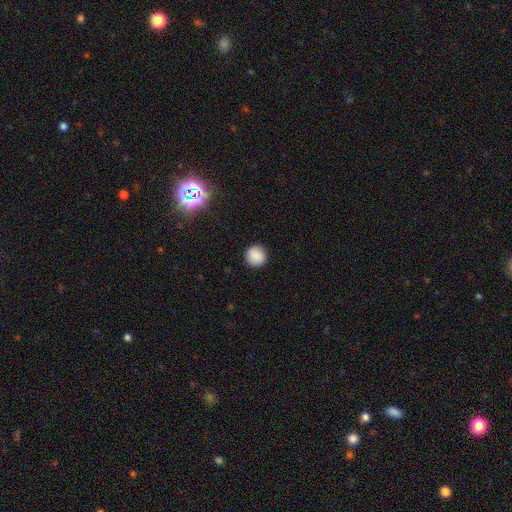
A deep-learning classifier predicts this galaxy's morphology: Q: Smooth or featured?
A: smooth (87%); runner-up: star or artifact (9%)
Q: How rounded?
A: round (94%); runner-up: in between (5%)
Q: Merging?
A: none (91%); runner-up: minor disturbance (6%)